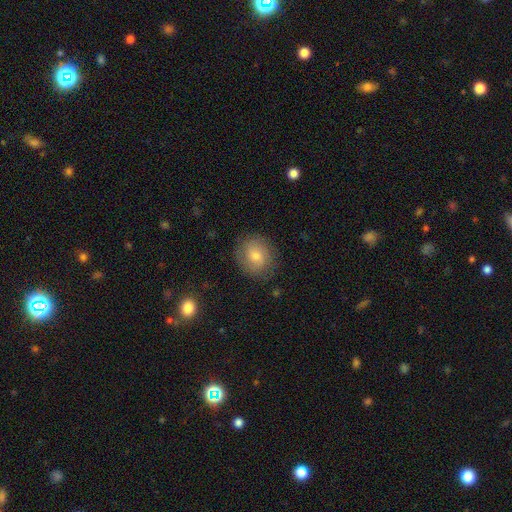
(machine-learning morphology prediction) Smooth or featured?
  - smooth: 68% *
  - featured or disk: 23%
  - star or artifact: 10%
How rounded?
  - round: 79% *
  - in between: 20%
  - cigar-shaped: 1%
Merging?
  - none: 84% *
  - minor disturbance: 12%
  - major disturbance: 4%
  - merger: 1%